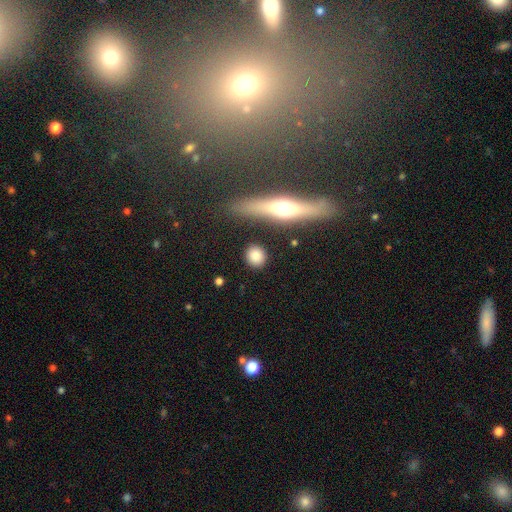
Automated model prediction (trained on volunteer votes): This is clearly a smooth galaxy (81%). How rounded: likely round (79%). Merging: clearly none (87%).